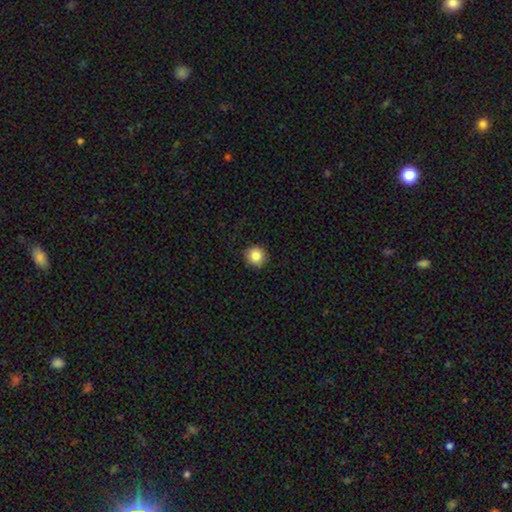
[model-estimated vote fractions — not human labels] Smooth or featured? smooth (86%)
How rounded? round (93%)
Merging? none (91%)